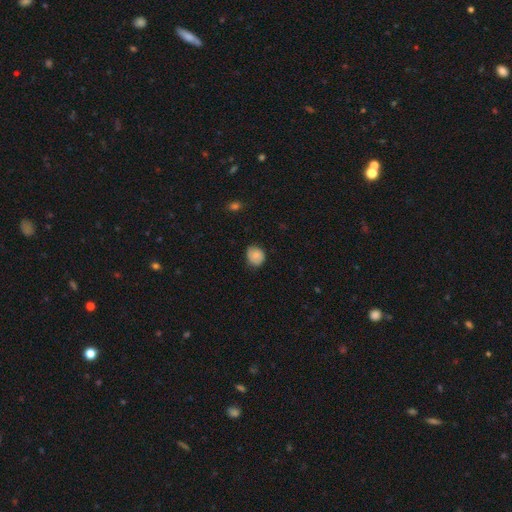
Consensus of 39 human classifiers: Morphology: type=smooth (74%); roundness=round (62%); merging=none (71%).